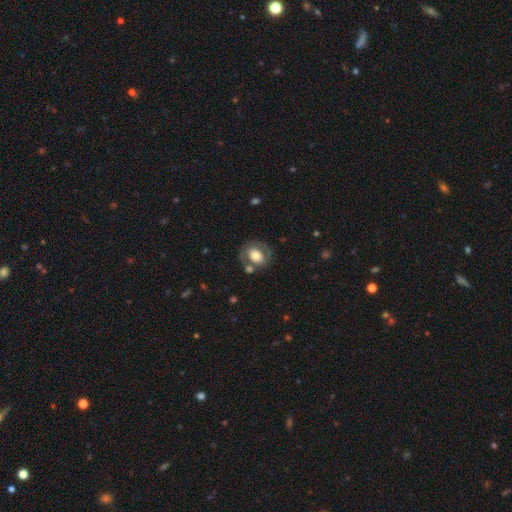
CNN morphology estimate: smooth_or_featured: smooth (p=0.59) [alt: featured or disk p=0.34]
how_rounded: in between (p=0.61) [alt: round p=0.38]
merging: none (p=0.60) [alt: minor disturbance p=0.16]